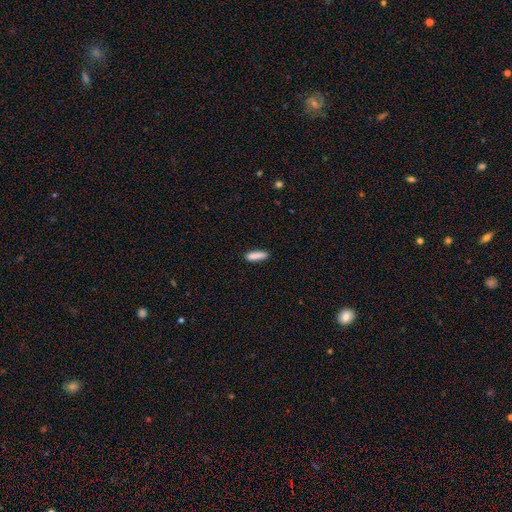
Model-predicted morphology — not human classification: Smooth or featured: smooth — 88% (star or artifact — 7%)
How rounded: cigar-shaped — 67% (in between — 31%)
Merging: none — 86% (minor disturbance — 10%)